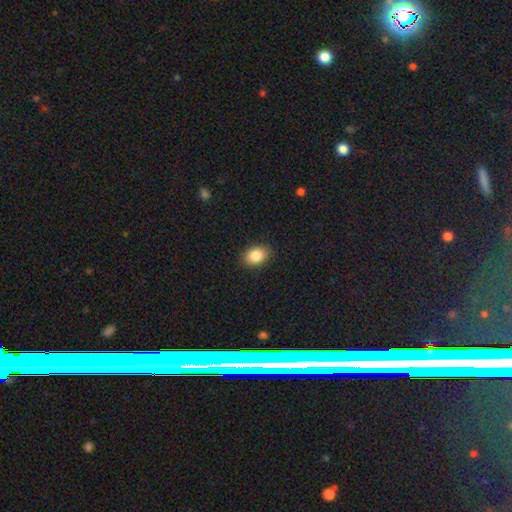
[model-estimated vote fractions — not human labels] This appears to be a smooth galaxy with no disk features (85%) that is in between round and cigar-shaped (76%). Merging: none (88%).